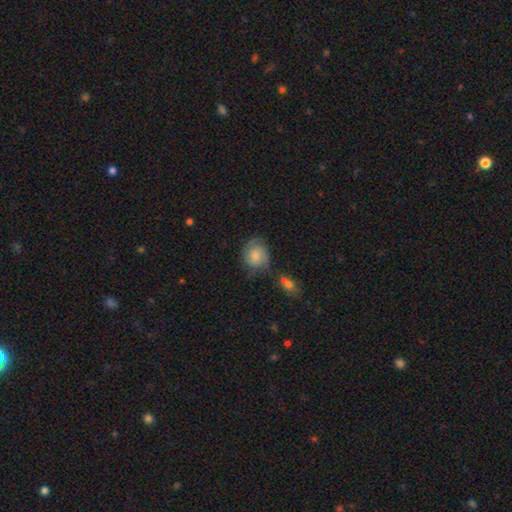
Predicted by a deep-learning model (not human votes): Smooth or featured? smooth (72%)
How rounded? round (67%)
Merging? none (57%)